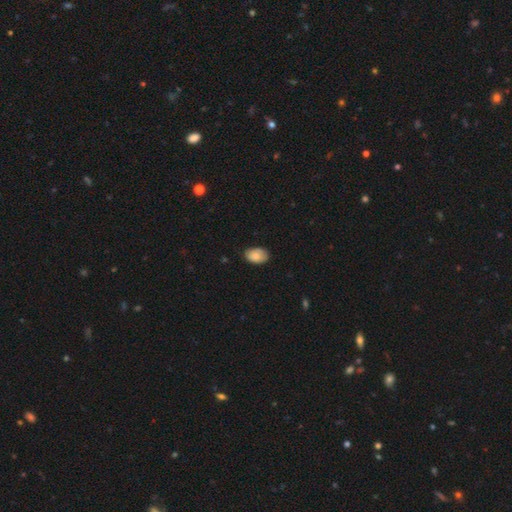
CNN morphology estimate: Smooth or featured?
  - smooth: 81% *
  - featured or disk: 12%
  - star or artifact: 7%
How rounded?
  - in between: 87% *
  - round: 12%
  - cigar-shaped: 1%
Merging?
  - none: 77% *
  - minor disturbance: 19%
  - major disturbance: 3%
  - merger: 1%